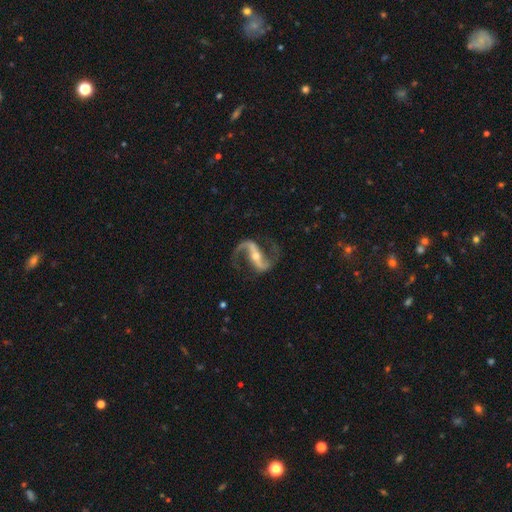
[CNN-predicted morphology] Q: Smooth or featured?
A: featured or disk (93%); runner-up: star or artifact (4%)
Q: Edge-on disk?
A: no (96%); runner-up: yes (4%)
Q: Bar?
A: strong (63%); runner-up: weak (24%)
Q: Spiral arms?
A: yes (98%); runner-up: no (2%)
Q: Spiral winding?
A: loose (51%); runner-up: medium (41%)
Q: Spiral arm count?
A: 2 (94%); runner-up: 1 (2%)
Q: Bulge size?
A: small (51%); runner-up: moderate (43%)
Q: Merging?
A: none (81%); runner-up: minor disturbance (11%)